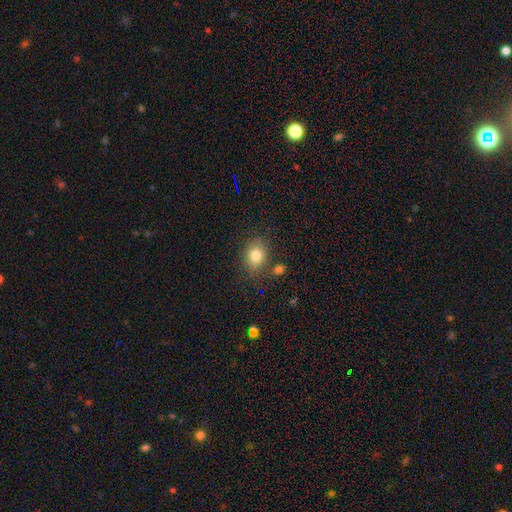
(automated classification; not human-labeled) Morphology: type=smooth (81%); roundness=in between (53%); merging=none (77%).